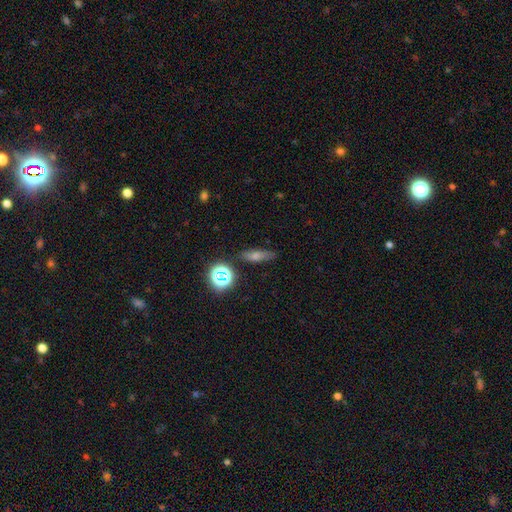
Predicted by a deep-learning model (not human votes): Smooth or featured? smooth (43%)
Merging? none (82%)